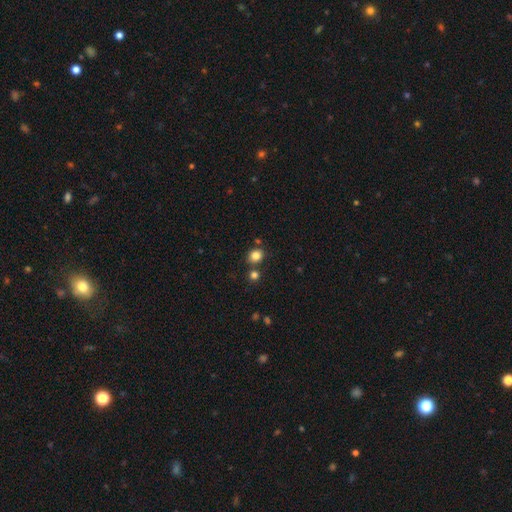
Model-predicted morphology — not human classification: The model was most divided on "how rounded": round: 70%, in between: 29%, cigar-shaped: 1%. More confident: smooth or featured — smooth (83%); merging — none (74%).